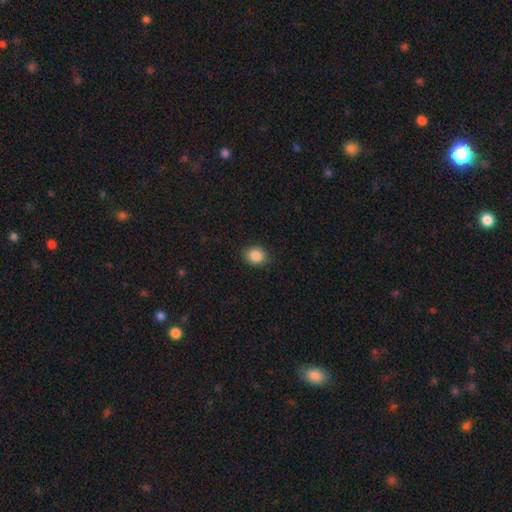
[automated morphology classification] The model was most divided on "how rounded": round: 55%, in between: 44%, cigar-shaped: 1%. More confident: merging — none (88%); smooth or featured — smooth (87%).